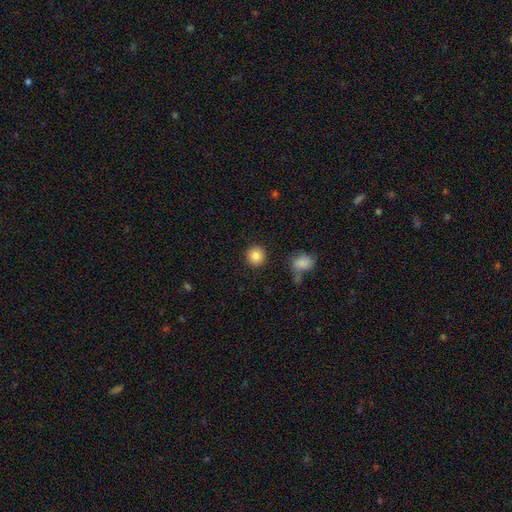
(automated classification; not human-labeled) smooth-or-featured: smooth: 86% | star or artifact: 9% | featured or disk: 5%
  how-rounded: round: 92% | in between: 7% | cigar-shaped: 1%
  merging: none: 89% | minor disturbance: 6% | merger: 2% | major disturbance: 2%